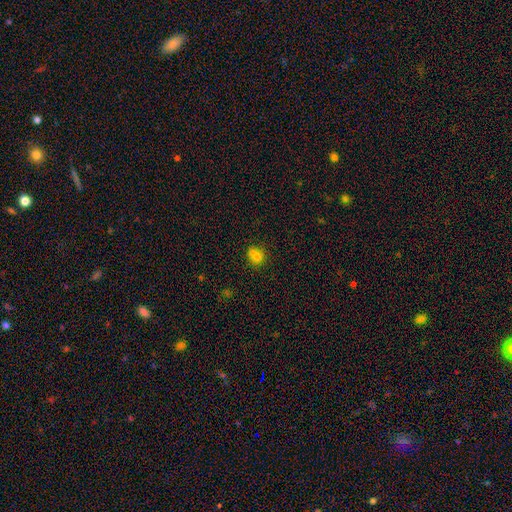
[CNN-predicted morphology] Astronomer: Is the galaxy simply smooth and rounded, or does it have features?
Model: smooth — 75%.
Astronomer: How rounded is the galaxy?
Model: round — 57% (runner-up: in between, 40%).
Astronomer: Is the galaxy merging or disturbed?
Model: none — 61%.